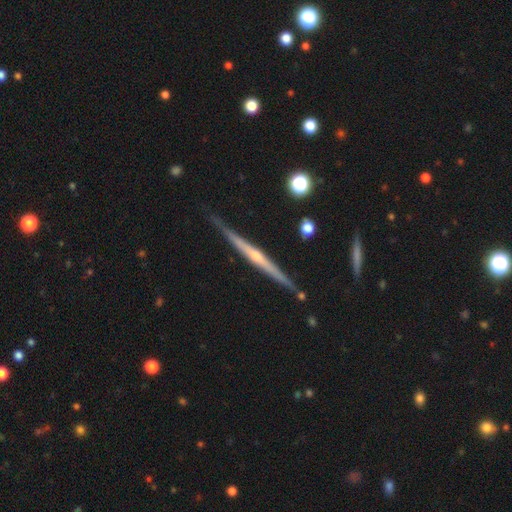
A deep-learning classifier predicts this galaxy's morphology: Smooth or featured? featured or disk (78%)
Edge-on disk? yes (98%)
Edge-on bulge? rounded (63%)
Merging? none (84%)